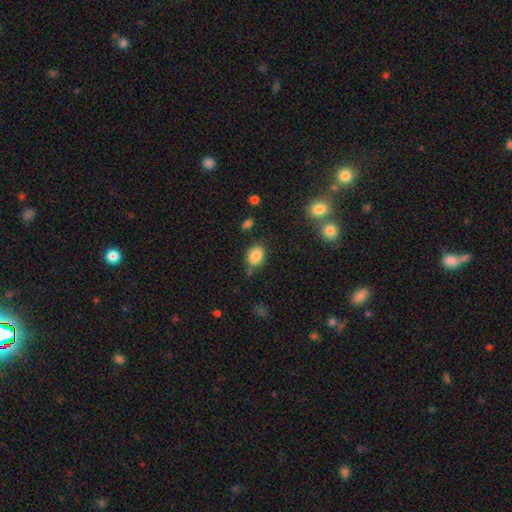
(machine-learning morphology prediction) The model was most divided on "how rounded": in between: 60%, round: 39%, cigar-shaped: 1%. More confident: smooth or featured — smooth (85%); merging — none (69%).